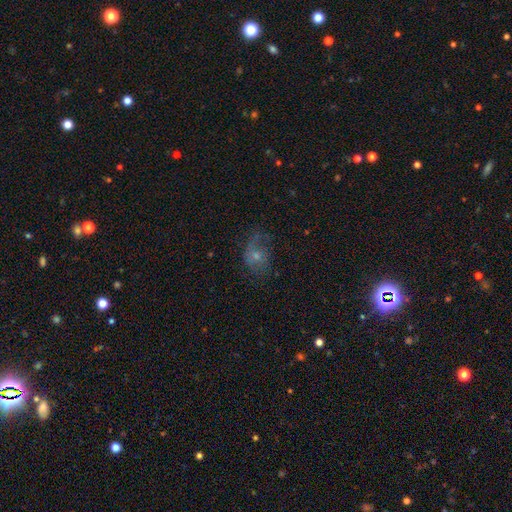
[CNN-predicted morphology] Smooth or featured: featured or disk — 43% (smooth — 34%)
Merging: none — 53% (minor disturbance — 23%)